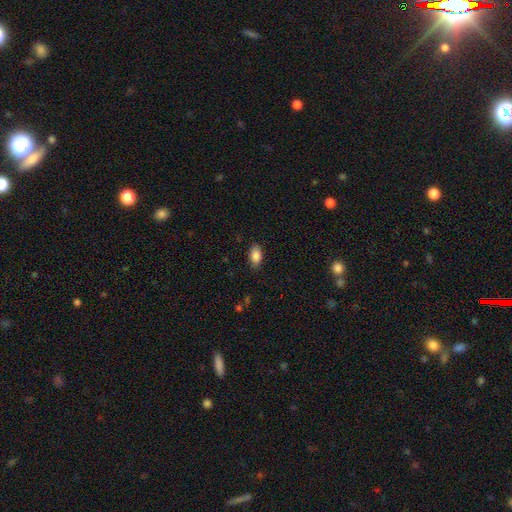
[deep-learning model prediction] smooth 87%, star or artifact 8%, featured or disk 5%. Down the decision tree: how rounded — in between (91%); merging — none (84%).